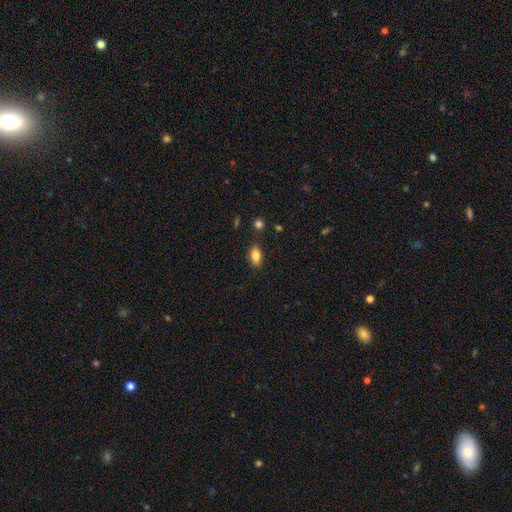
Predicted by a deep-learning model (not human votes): Morphology: type=smooth (83%); roundness=in between (88%); merging=none (84%).